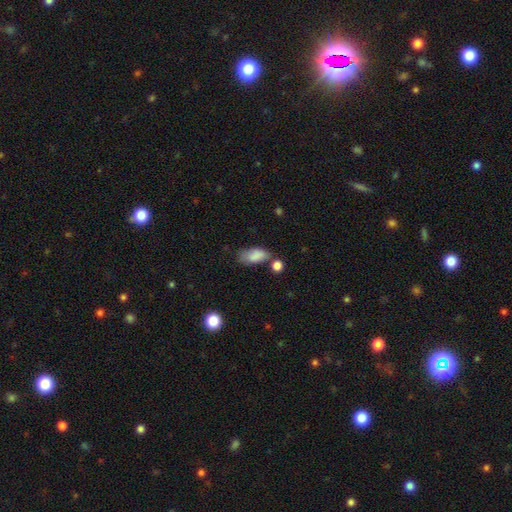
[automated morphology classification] Smooth or featured? Predicted: smooth (p=0.82). How rounded? Predicted: in between (p=0.89). Merging? Predicted: none (p=0.45).